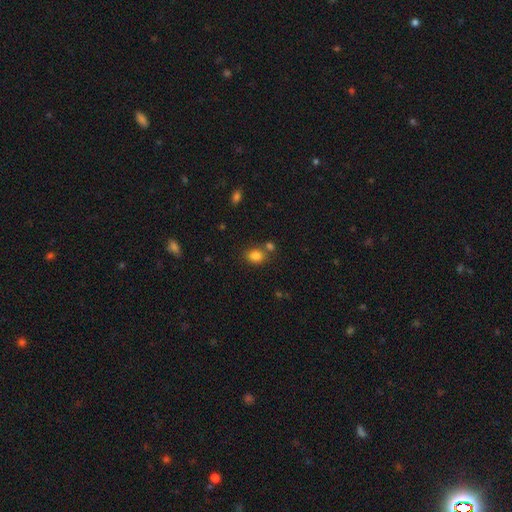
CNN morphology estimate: Smooth or featured? smooth (83%)
How rounded? in between (53%)
Merging? none (64%)